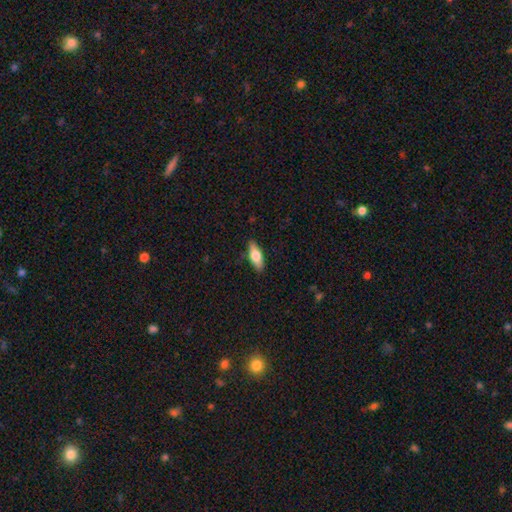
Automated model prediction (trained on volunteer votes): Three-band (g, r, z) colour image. It shows a smooth galaxy with no disk features (67%) that is in between round and cigar-shaped (68%). Merging: none (86%).